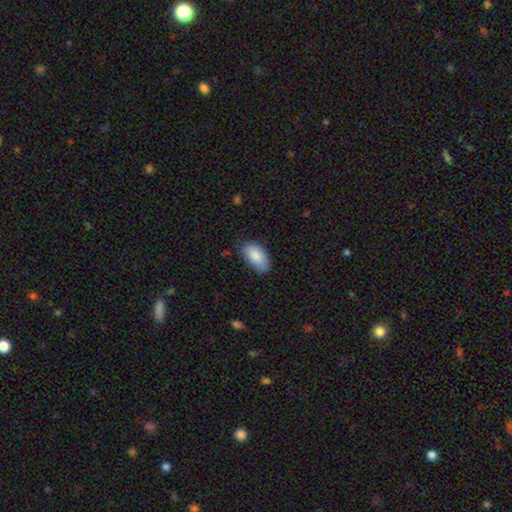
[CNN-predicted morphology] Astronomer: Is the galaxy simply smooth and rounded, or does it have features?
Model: smooth — 87%.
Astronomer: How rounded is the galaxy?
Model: in between — 95%.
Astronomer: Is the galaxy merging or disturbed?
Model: none — 76%.